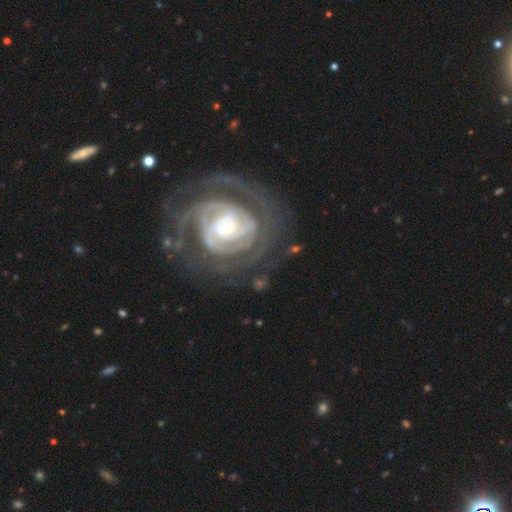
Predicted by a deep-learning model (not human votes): A featured or disk galaxy (85%) with no bar (49%), 2 (35%) tight (74%) spiral arms (90%) and a moderate central bulge (45%). Merging: none (74%).